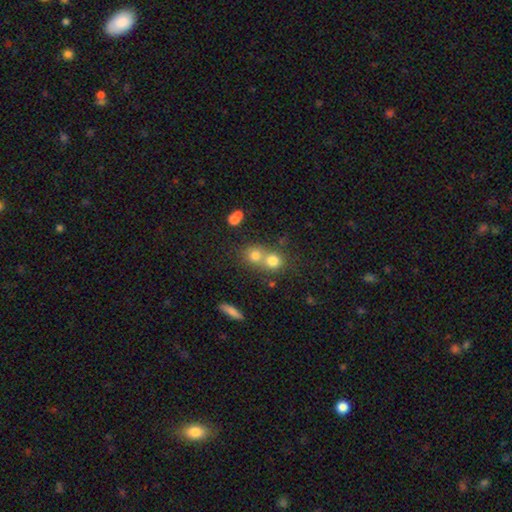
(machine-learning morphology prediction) Smooth or featured?
  - smooth: 64% *
  - star or artifact: 20%
  - featured or disk: 16%
How rounded?
  - round: 81% *
  - in between: 17%
  - cigar-shaped: 2%
Merging?
  - merger: 52% *
  - none: 39%
  - minor disturbance: 6%
  - major disturbance: 3%